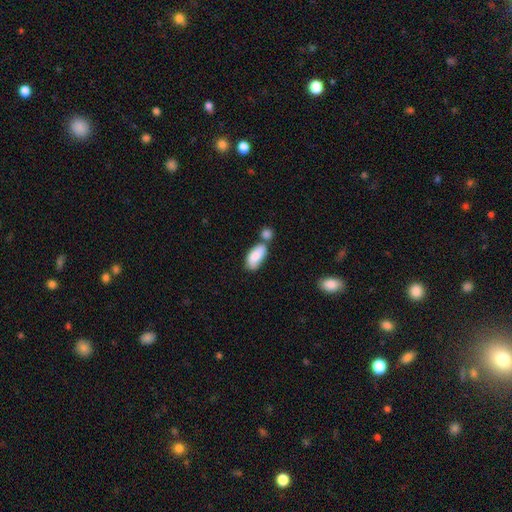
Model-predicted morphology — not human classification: The model was most divided on "merging": none: 42%, merger: 37%, minor disturbance: 16%, major disturbance: 5%. More confident: how rounded — in between (90%); smooth or featured — smooth (84%).